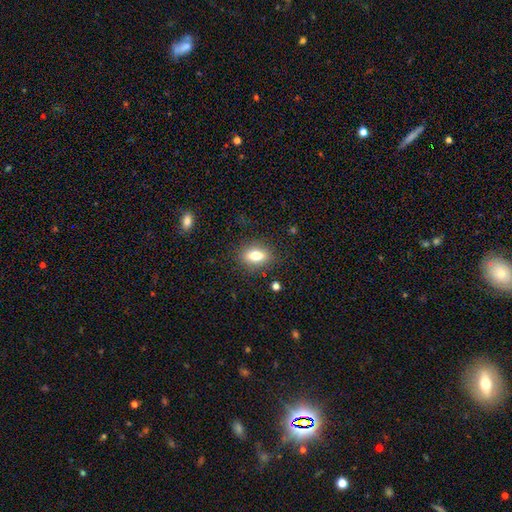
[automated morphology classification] Smooth or featured: smooth — 75% (featured or disk — 16%)
How rounded: in between — 76% (round — 18%)
Merging: none — 85% (minor disturbance — 10%)